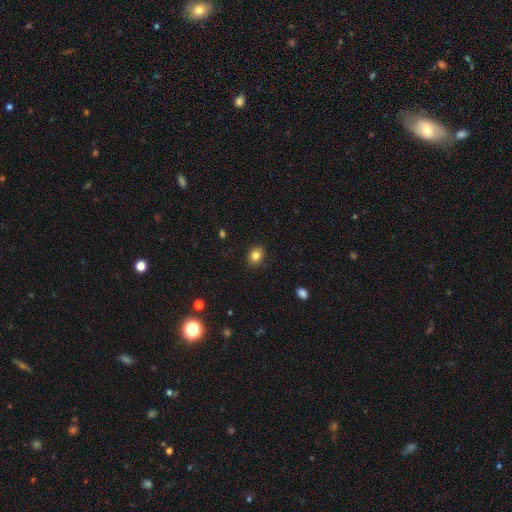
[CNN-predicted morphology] Smooth or featured? Predicted: smooth (p=0.83). How rounded? Predicted: in between (p=0.51). Merging? Predicted: none (p=0.87).